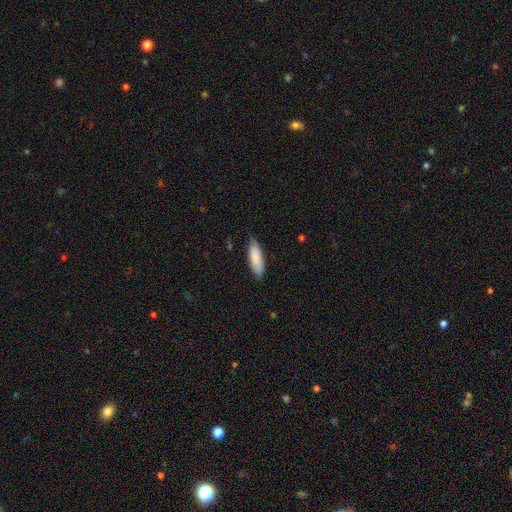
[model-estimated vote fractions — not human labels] Overall: smooth (84%). How rounded: in between (62%; cigar-shaped 37%). Merging: none (74%).